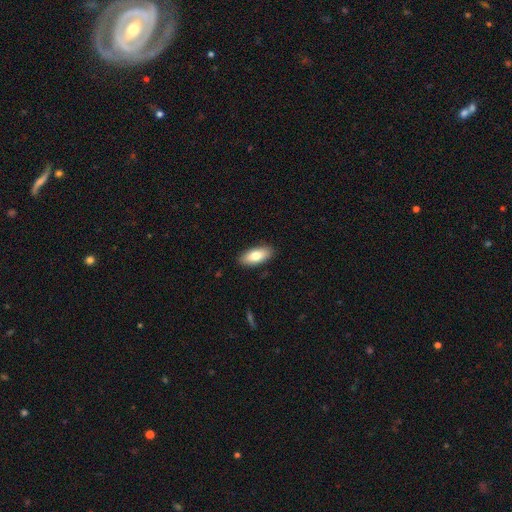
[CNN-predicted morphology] smooth-or-featured: smooth: 78% | featured or disk: 16% | star or artifact: 6%
  how-rounded: in between: 87% | cigar-shaped: 10% | round: 2%
  merging: none: 89% | minor disturbance: 8% | major disturbance: 2% | merger: 1%